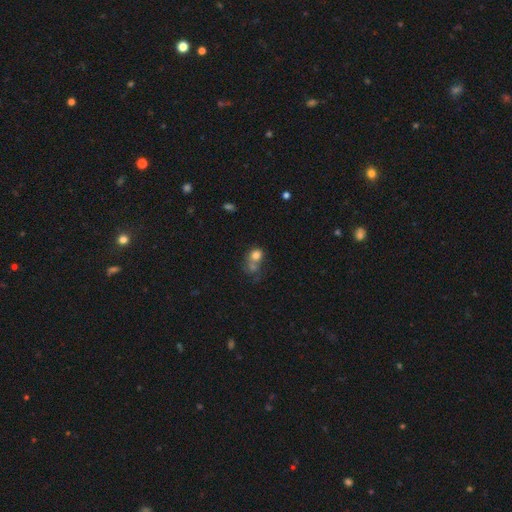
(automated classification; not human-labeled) The model was most divided on "merging": merger: 47%, none: 31%, minor disturbance: 12%, major disturbance: 10%. More confident: smooth or featured — smooth (75%); how rounded — round (65%).